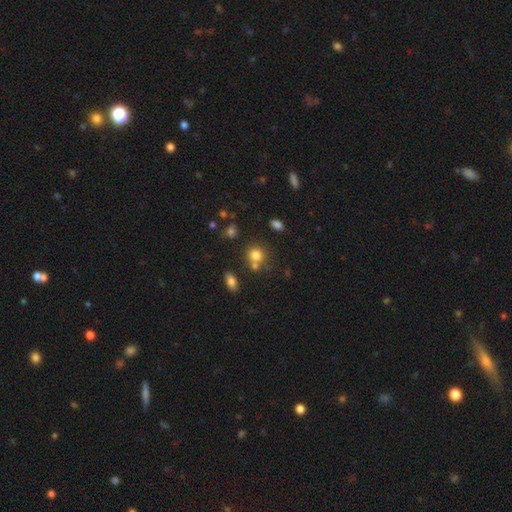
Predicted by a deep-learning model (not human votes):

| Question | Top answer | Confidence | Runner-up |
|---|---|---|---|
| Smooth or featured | smooth | 77% | star or artifact (14%) |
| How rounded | round | 77% | in between (22%) |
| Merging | none | 57% | merger (27%) |